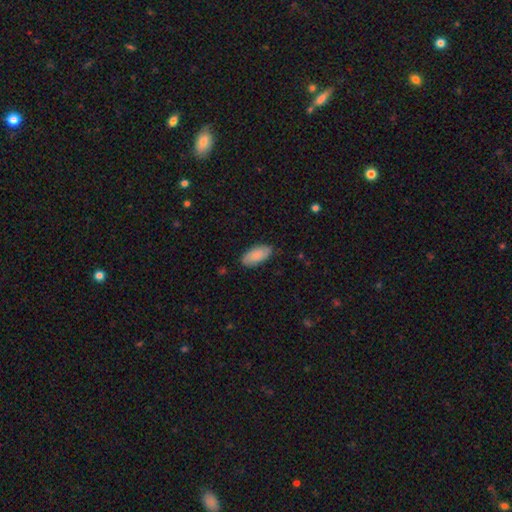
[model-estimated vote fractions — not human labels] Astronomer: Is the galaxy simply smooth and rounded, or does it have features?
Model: smooth — 80%.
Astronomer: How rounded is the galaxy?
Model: in between — 92%.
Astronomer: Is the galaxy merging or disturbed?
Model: none — 83%.